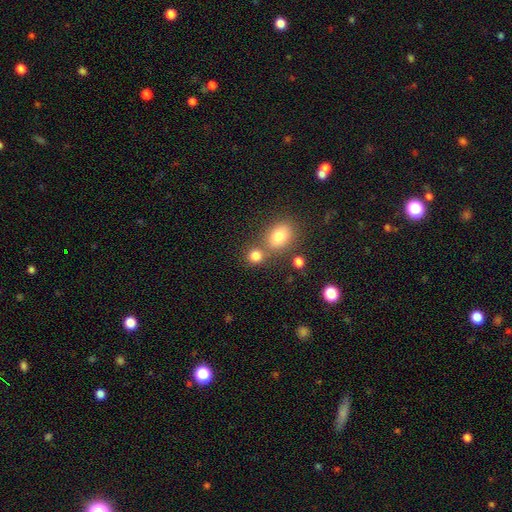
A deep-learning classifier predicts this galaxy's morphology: Q: Smooth or featured?
A: smooth (81%); runner-up: star or artifact (12%)
Q: How rounded?
A: round (78%); runner-up: in between (21%)
Q: Merging?
A: none (61%); runner-up: merger (27%)